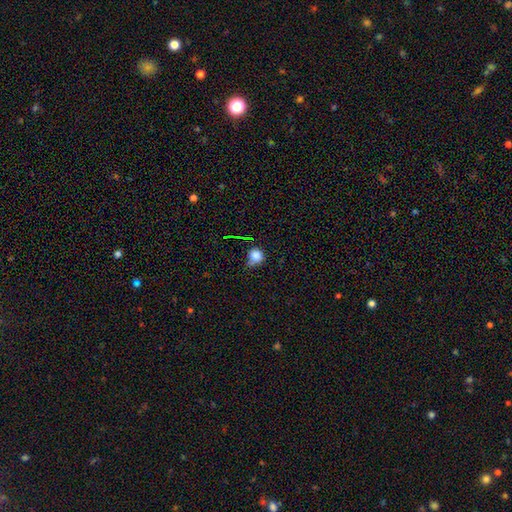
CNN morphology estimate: This appears to be a smooth galaxy with no disk features (79%) that is round (88%). Merging: none (58%).